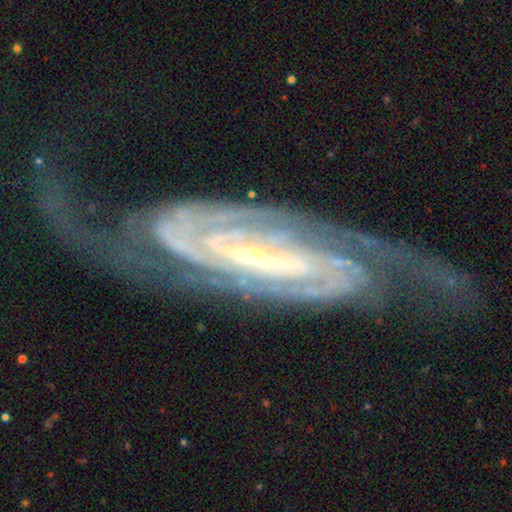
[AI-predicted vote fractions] A featured or disk galaxy (89%) with a strong bar (37%), 2 (37%) tight (65%) spiral arms (97%) and a small central bulge (78%).

Vote fractions:
- Smooth or featured? featured or disk: 89% / star or artifact: 6% / smooth: 5%
- Edge-on disk? no: 89% / yes: 11%
- Bar? strong: 37% / no: 32% / weak: 31%
- Spiral arms? yes: 97% / no: 3%
- Spiral winding? tight: 65% / medium: 28% / loose: 7%
- Spiral arm count? 2: 37% / can't tell: 23% / 3: 15% / 4: 11% / more than 4: 7% / 1: 6%
- Bulge size? small: 78% / moderate: 16% / none: 3% / large: 2% / dominant: 1%
- Merging? none: 57% / minor disturbance: 21% / major disturbance: 19% / merger: 3%